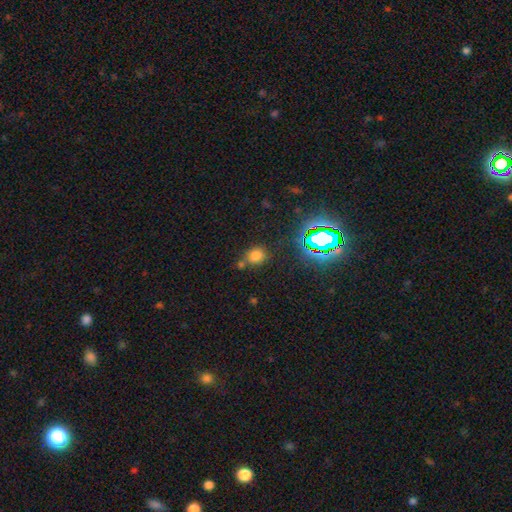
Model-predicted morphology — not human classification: A smooth galaxy with no disk features (70%) that is round (65%).

Vote fractions:
- Smooth or featured? smooth: 70% / star or artifact: 24% / featured or disk: 7%
- How rounded? round: 65% / in between: 34% / cigar-shaped: 1%
- Merging? none: 64% / merger: 17% / minor disturbance: 14% / major disturbance: 5%